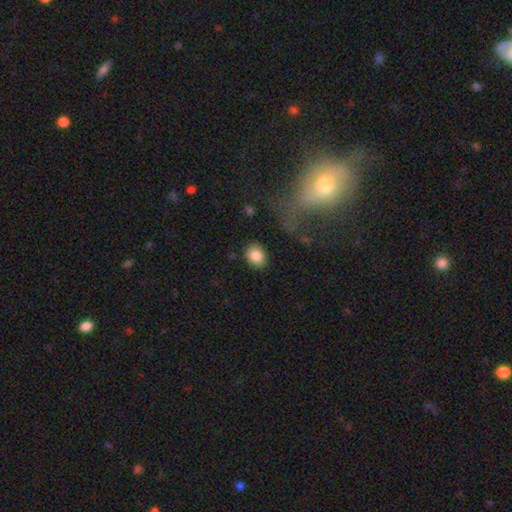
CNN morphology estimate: smooth-or-featured: smooth: 86% | star or artifact: 8% | featured or disk: 6%
  how-rounded: in between: 60% | round: 39% | cigar-shaped: 1%
  merging: none: 85% | minor disturbance: 10% | major disturbance: 3% | merger: 2%